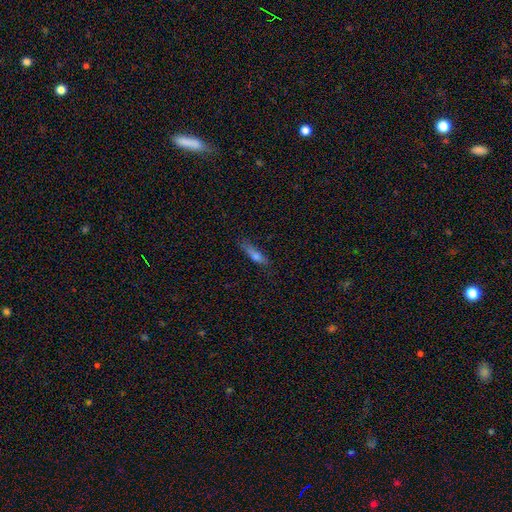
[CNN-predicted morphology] Q: Smooth or featured?
A: smooth (62%); runner-up: featured or disk (29%)
Q: How rounded?
A: cigar-shaped (77%); runner-up: in between (20%)
Q: Merging?
A: none (73%); runner-up: minor disturbance (20%)